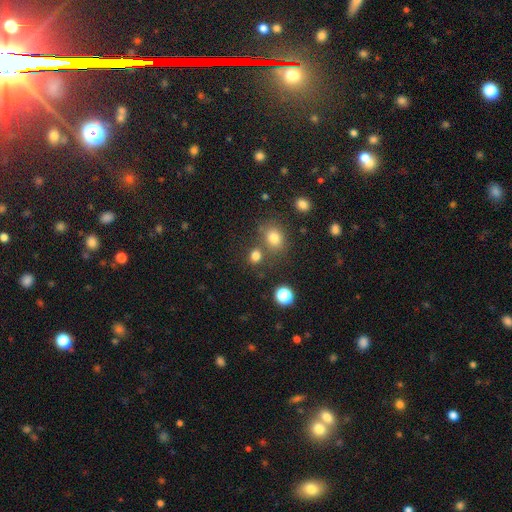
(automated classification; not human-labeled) Overall: smooth (76%). How rounded: round (67%; in between 32%). Merging: none (67%).